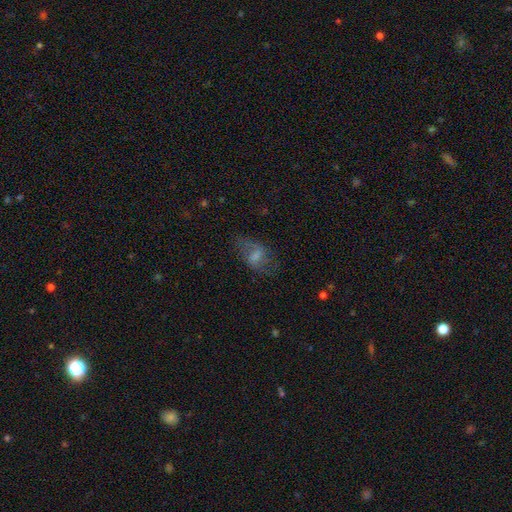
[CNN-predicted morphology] The model was most divided on "smooth or featured": featured or disk: 46%, smooth: 41%, star or artifact: 13%. More confident: merging — none (56%).